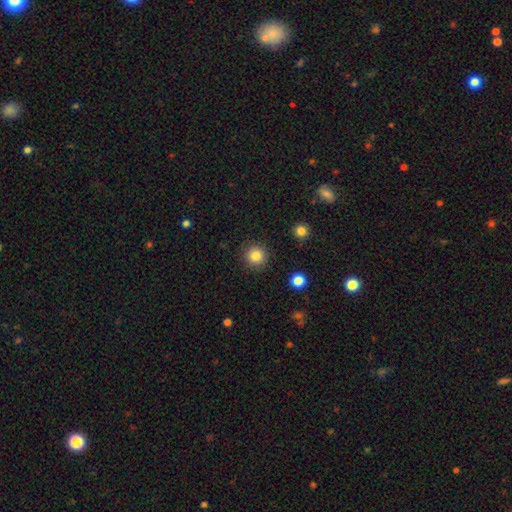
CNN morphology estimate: Q: Smooth or featured?
A: smooth (83%); runner-up: star or artifact (11%)
Q: How rounded?
A: round (95%); runner-up: in between (4%)
Q: Merging?
A: none (90%); runner-up: minor disturbance (6%)